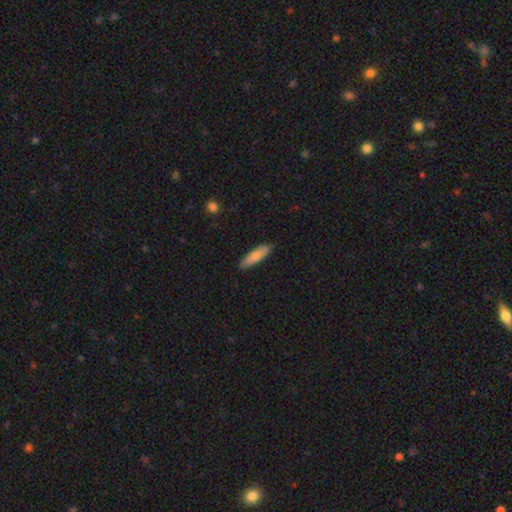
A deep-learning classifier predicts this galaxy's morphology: This is likely a smooth galaxy (75%). How rounded: likely cigar-shaped (61%). Merging: clearly none (86%).